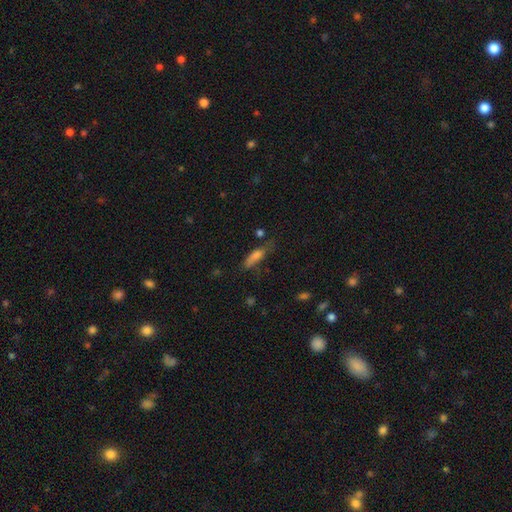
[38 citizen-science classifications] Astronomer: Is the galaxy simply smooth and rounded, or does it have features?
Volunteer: smooth — 66%.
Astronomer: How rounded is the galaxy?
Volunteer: cigar-shaped — 76%.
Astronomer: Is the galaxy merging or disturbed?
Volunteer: minor disturbance — 46% (runner-up: none, 40%).